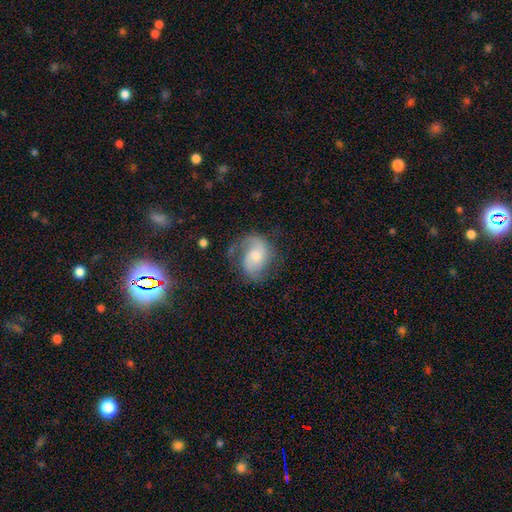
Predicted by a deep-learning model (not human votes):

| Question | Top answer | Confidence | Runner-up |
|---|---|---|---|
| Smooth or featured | featured or disk | 77% | smooth (16%) |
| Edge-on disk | no | 98% | yes (2%) |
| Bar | no | 59% | weak (34%) |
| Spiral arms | yes | 94% | no (6%) |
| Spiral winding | medium | 46% | loose (34%) |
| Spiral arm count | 2 | 70% | 1 (18%) |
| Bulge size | moderate | 45% | small (44%) |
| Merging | none | 57% | minor disturbance (22%) |